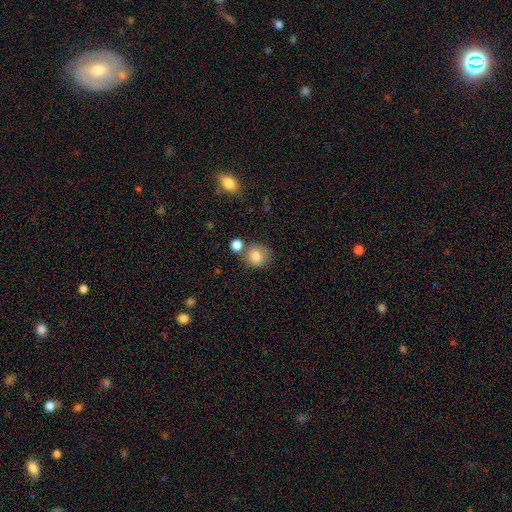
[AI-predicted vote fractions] Overall: smooth (79%). How rounded: round (79%). Merging: none (64%).